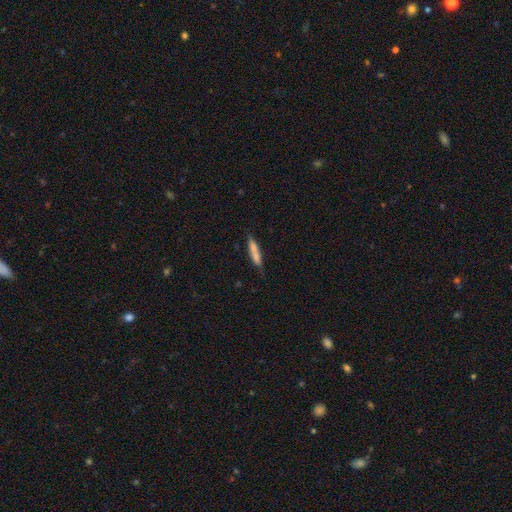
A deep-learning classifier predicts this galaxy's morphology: The model was most divided on "smooth or featured": smooth: 73%, featured or disk: 20%, star or artifact: 7%. More confident: how rounded — cigar-shaped (87%); merging — none (74%).